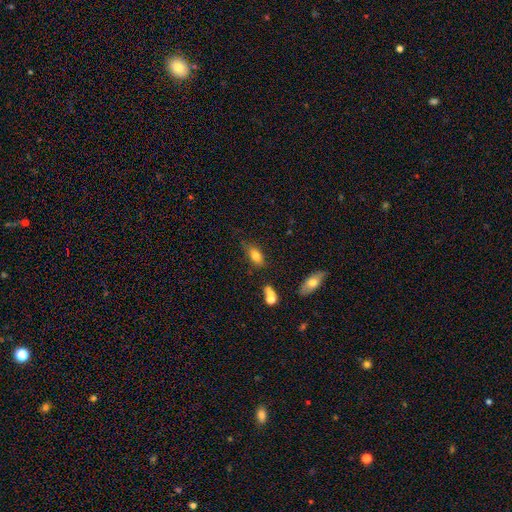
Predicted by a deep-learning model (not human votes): Smooth or featured? smooth (76%)
How rounded? in between (83%)
Merging? none (67%)